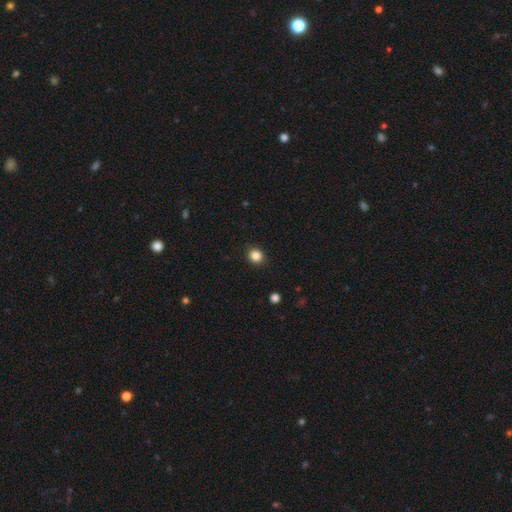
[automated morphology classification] smooth-or-featured: smooth: 84% | star or artifact: 11% | featured or disk: 4%
  how-rounded: round: 86% | in between: 13% | cigar-shaped: 1%
  merging: none: 92% | minor disturbance: 6% | major disturbance: 2% | merger: 1%